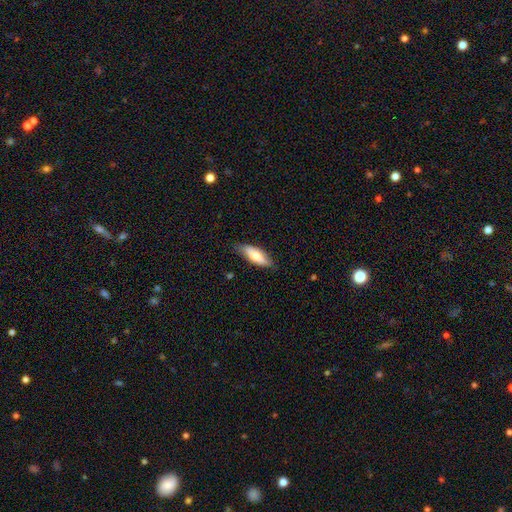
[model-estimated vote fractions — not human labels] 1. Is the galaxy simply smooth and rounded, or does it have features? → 69% smooth, 25% featured or disk, 6% star or artifact.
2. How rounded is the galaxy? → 69% in between, 29% cigar-shaped, 2% round.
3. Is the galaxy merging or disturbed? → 79% none, 17% minor disturbance, 3% major disturbance, 1% merger.